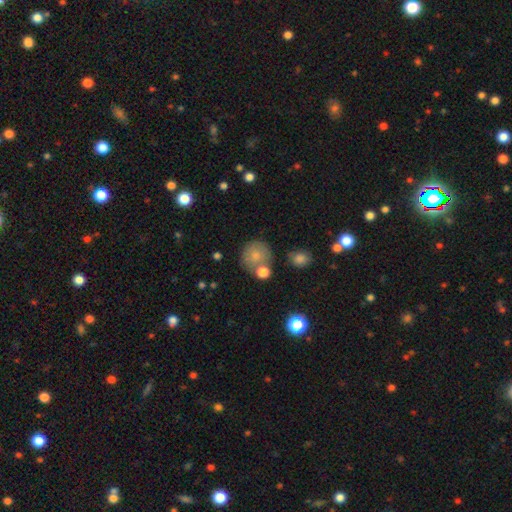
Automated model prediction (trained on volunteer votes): smooth 77%, featured or disk 13%, star or artifact 10%. Down the decision tree: how rounded — round (88%); merging — none (61%).